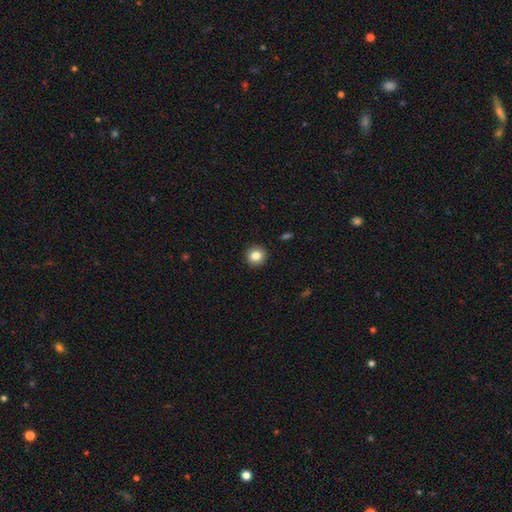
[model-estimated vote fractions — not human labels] A smooth galaxy with no disk features (83%) that is round (91%).

Vote fractions:
- Smooth or featured? smooth: 83% / star or artifact: 10% / featured or disk: 7%
- How rounded? round: 91% / in between: 8% / cigar-shaped: 1%
- Merging? none: 92% / minor disturbance: 5% / major disturbance: 2% / merger: 1%